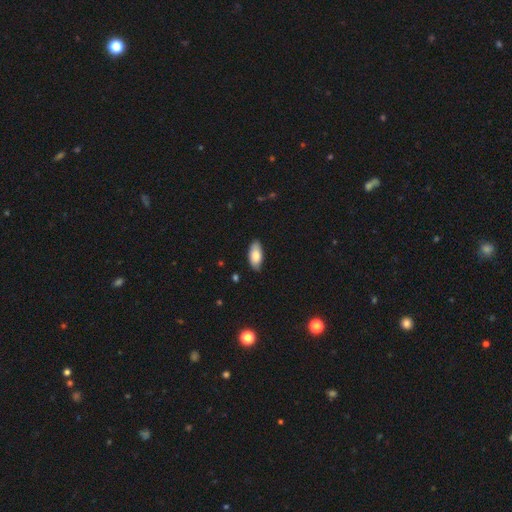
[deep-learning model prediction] Smooth or featured?
  - smooth: 82% *
  - featured or disk: 12%
  - star or artifact: 6%
How rounded?
  - in between: 90% *
  - cigar-shaped: 8%
  - round: 2%
Merging?
  - none: 85% *
  - minor disturbance: 12%
  - major disturbance: 2%
  - merger: 1%